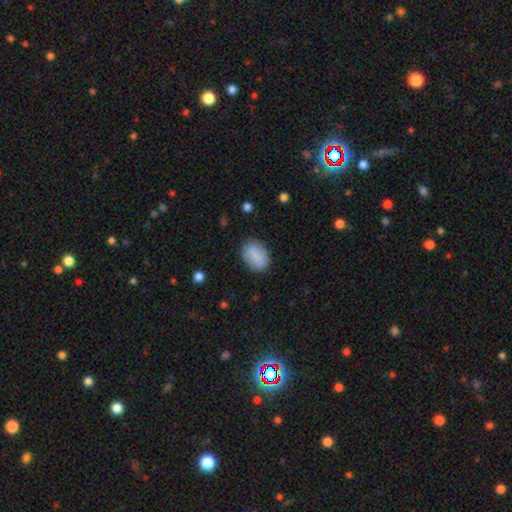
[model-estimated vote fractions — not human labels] Morphology: type=smooth (83%); roundness=in between (85%); merging=none (82%).